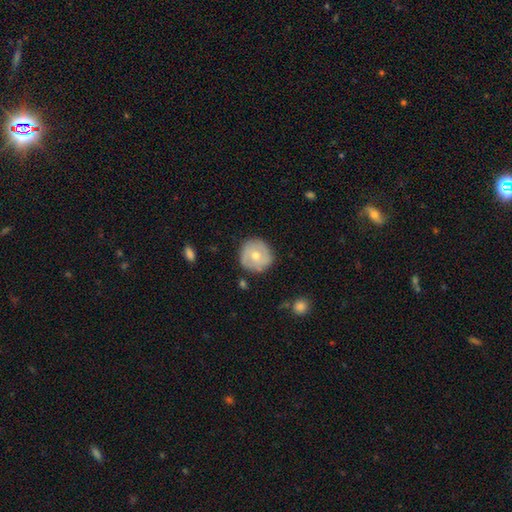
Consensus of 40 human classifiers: Volunteers were most divided on "smooth or featured": smooth: 55%, featured or disk: 40%, star or artifact: 5%. More confident: how rounded — round (95%); merging — none (66%).